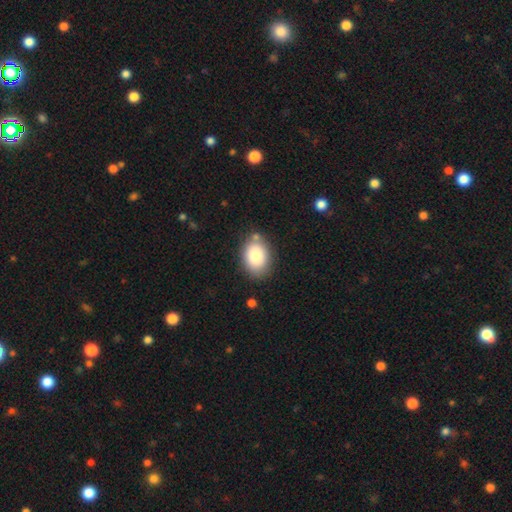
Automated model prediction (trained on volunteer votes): This appears to be a smooth galaxy with no disk features (84%) that is in between round and cigar-shaped (79%). Merging: none (77%).